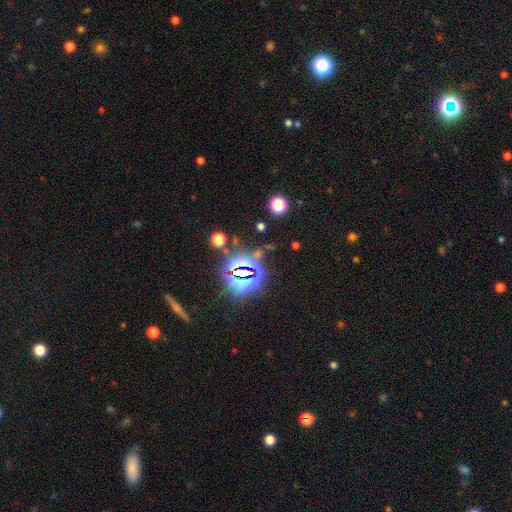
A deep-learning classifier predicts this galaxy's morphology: star or artifact 78%, smooth 13%, featured or disk 9%.